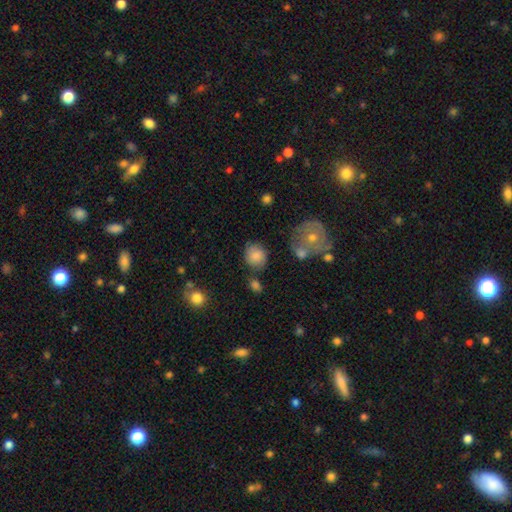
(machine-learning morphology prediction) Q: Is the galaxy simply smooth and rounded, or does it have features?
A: smooth — 79%.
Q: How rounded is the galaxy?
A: round — 72%.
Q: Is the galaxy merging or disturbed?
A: none — 69%.